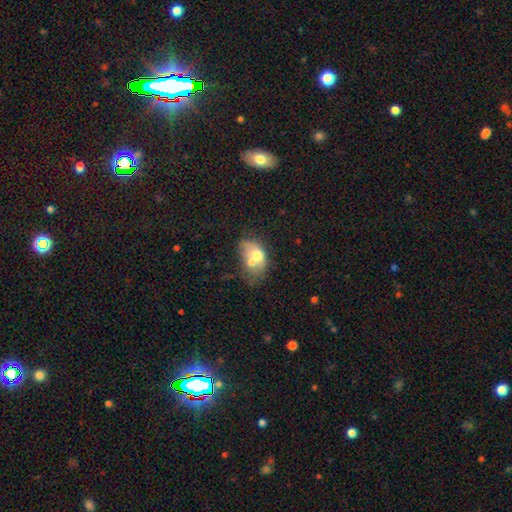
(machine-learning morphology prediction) The model was most divided on "smooth or featured": smooth: 58%, featured or disk: 34%, star or artifact: 9%. More confident: how rounded — in between (77%); merging — merger (58%).